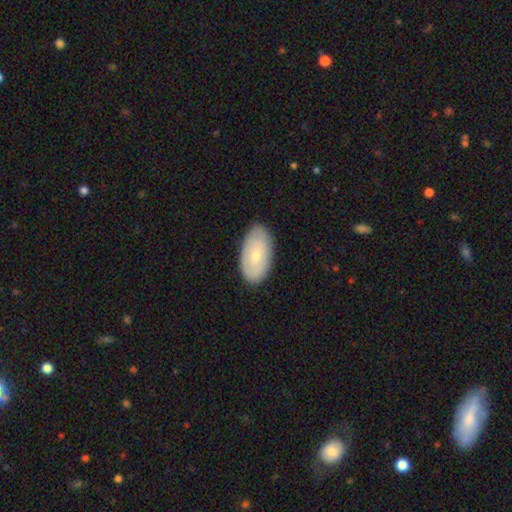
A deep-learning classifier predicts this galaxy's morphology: Smooth or featured: smooth — 59% (featured or disk — 36%)
How rounded: in between — 94% (round — 4%)
Merging: none — 84% (minor disturbance — 13%)